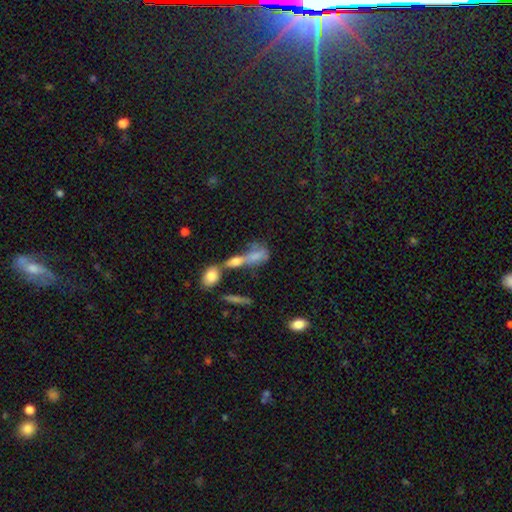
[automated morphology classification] The model was most divided on "merging": merger: 50%, none: 23%, major disturbance: 14%, minor disturbance: 13%. More confident: how rounded — in between (63%); smooth or featured — smooth (61%).